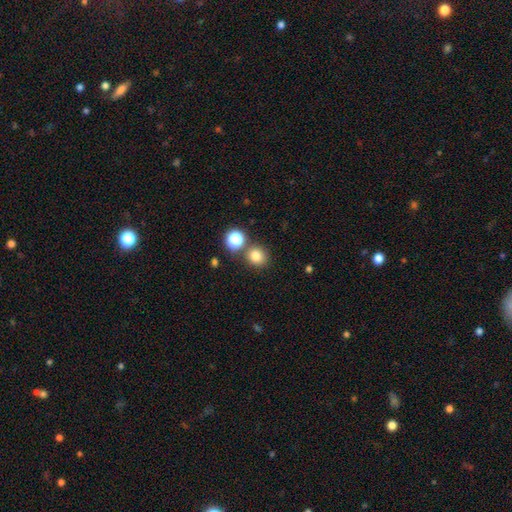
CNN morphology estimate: The model was most divided on "merging": none: 77%, merger: 13%, minor disturbance: 8%, major disturbance: 3%. More confident: how rounded — round (87%); smooth or featured — smooth (79%).